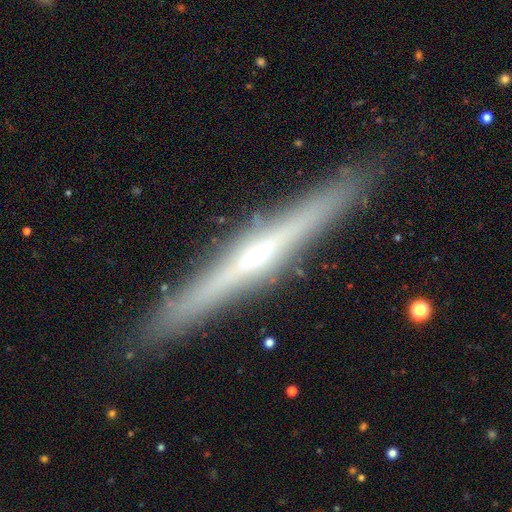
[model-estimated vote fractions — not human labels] Smooth or featured? featured or disk (77%)
Edge-on disk? yes (97%)
Edge-on bulge? rounded (64%)
Merging? none (90%)